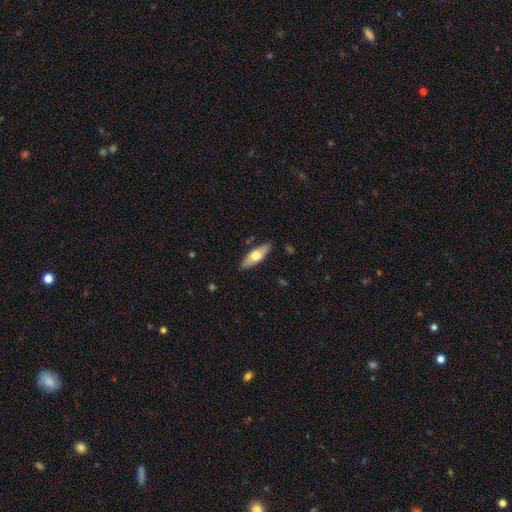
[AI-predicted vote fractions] Smooth or featured?
  - smooth: 54% *
  - featured or disk: 40%
  - star or artifact: 5%
How rounded?
  - in between: 63% *
  - cigar-shaped: 35%
  - round: 3%
Merging?
  - none: 86% *
  - minor disturbance: 10%
  - major disturbance: 2%
  - merger: 1%